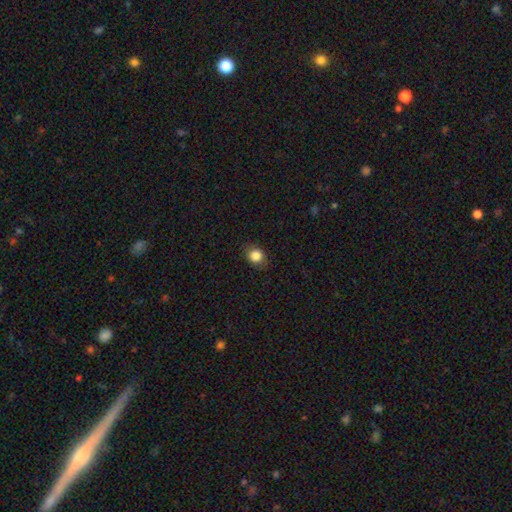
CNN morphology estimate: Smooth or featured?
  - smooth: 85% *
  - star or artifact: 10%
  - featured or disk: 5%
How rounded?
  - round: 67% *
  - in between: 32%
  - cigar-shaped: 1%
Merging?
  - none: 86% *
  - minor disturbance: 11%
  - major disturbance: 3%
  - merger: 1%